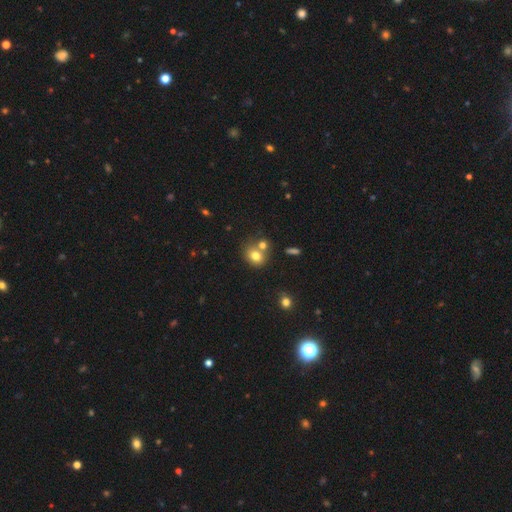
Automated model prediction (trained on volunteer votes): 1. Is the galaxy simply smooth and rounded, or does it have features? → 75% smooth, 12% featured or disk, 12% star or artifact.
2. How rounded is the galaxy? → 66% round, 33% in between, 1% cigar-shaped.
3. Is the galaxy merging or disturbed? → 47% none, 39% merger, 10% minor disturbance, 4% major disturbance.